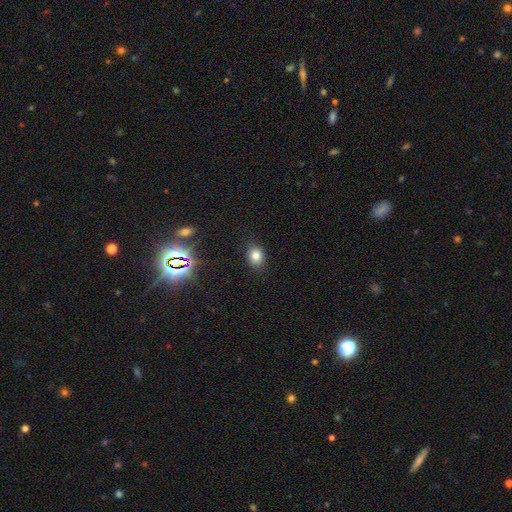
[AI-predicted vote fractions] This is likely a smooth galaxy (80%). How rounded: possibly in between (52%). Merging: clearly none (86%).